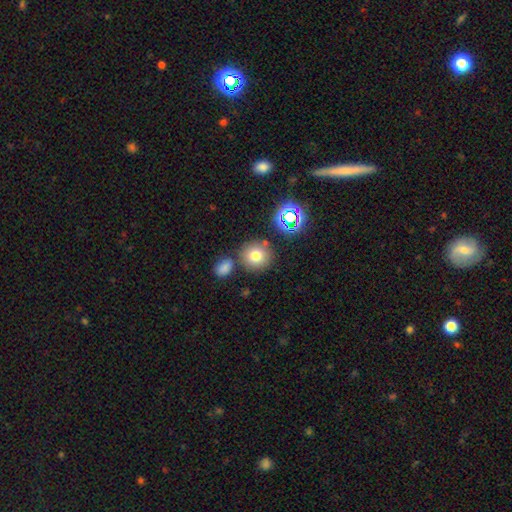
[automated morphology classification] This is likely a smooth galaxy (73%). How rounded: clearly round (91%). Merging: likely none (75%).